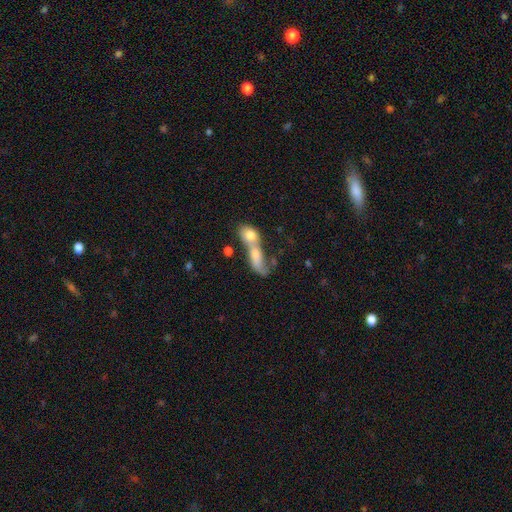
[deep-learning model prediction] Overall: smooth (67%). How rounded: in between (65%). Merging: merger (76%).